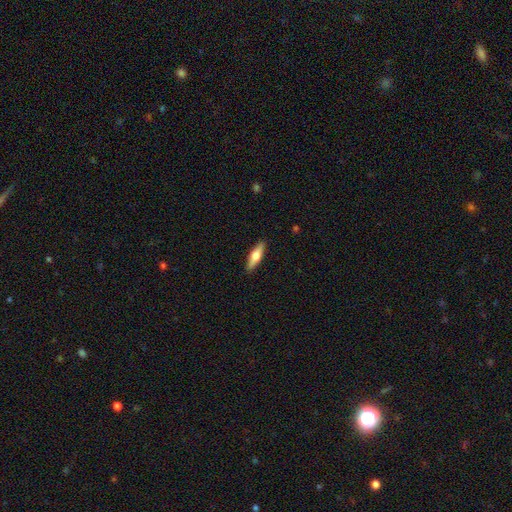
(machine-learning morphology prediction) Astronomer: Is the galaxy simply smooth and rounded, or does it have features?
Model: smooth — 55% (runner-up: featured or disk, 40%).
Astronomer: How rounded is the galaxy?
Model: cigar-shaped — 62%.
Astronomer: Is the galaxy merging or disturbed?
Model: none — 90%.